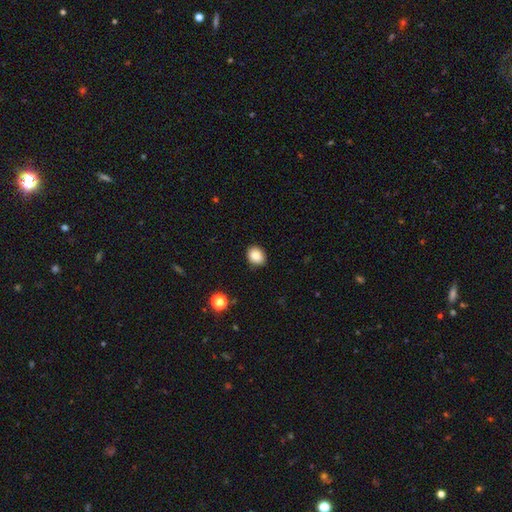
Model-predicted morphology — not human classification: Smooth or featured: smooth — 86% (star or artifact — 10%)
How rounded: round — 56% (in between — 43%)
Merging: none — 88% (minor disturbance — 9%)